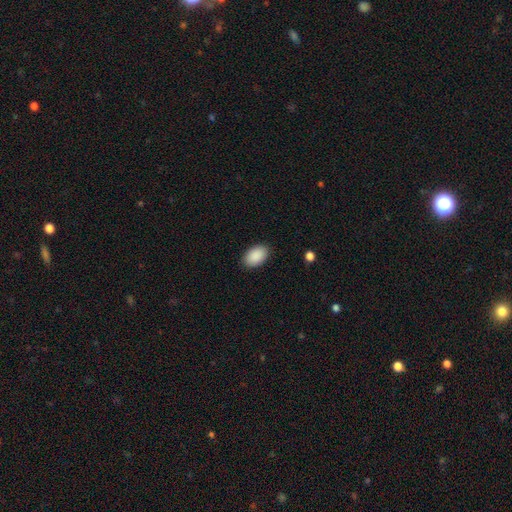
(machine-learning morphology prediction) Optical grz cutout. It shows a smooth galaxy with no disk features (91%) that is in between round and cigar-shaped (92%). Merging: none (89%).